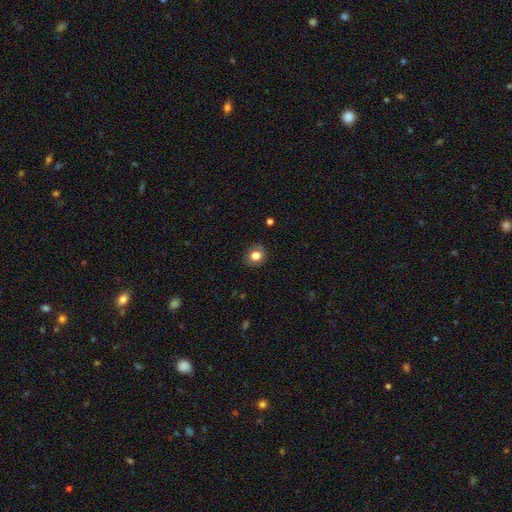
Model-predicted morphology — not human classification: smooth_or_featured: smooth (p=0.80) [alt: star or artifact p=0.10]
how_rounded: round (p=0.74) [alt: in between p=0.25]
merging: none (p=0.86) [alt: minor disturbance p=0.10]